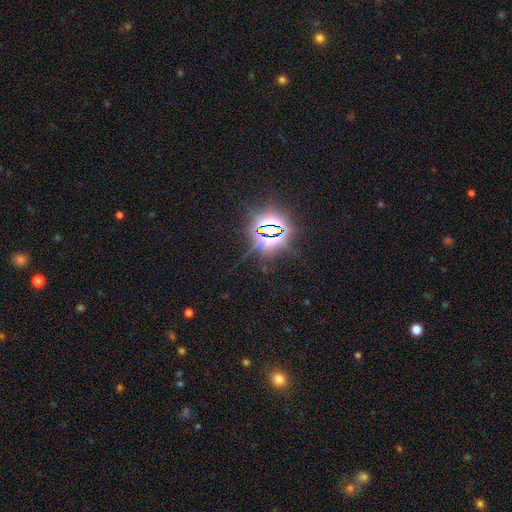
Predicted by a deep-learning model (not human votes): A star or artifact, not a galaxy (82%).